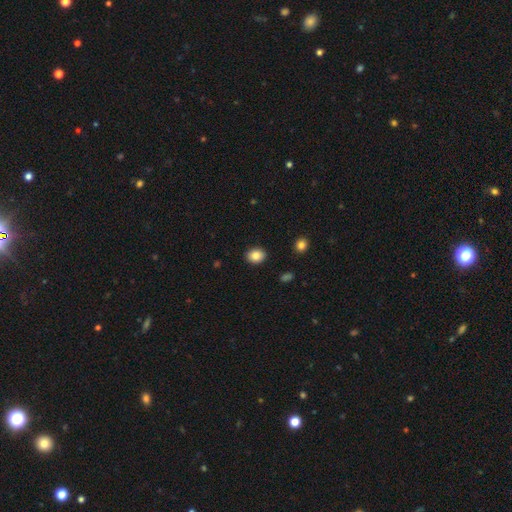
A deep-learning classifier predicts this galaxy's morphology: Smooth or featured? smooth (85%)
How rounded? round (53%)
Merging? none (90%)